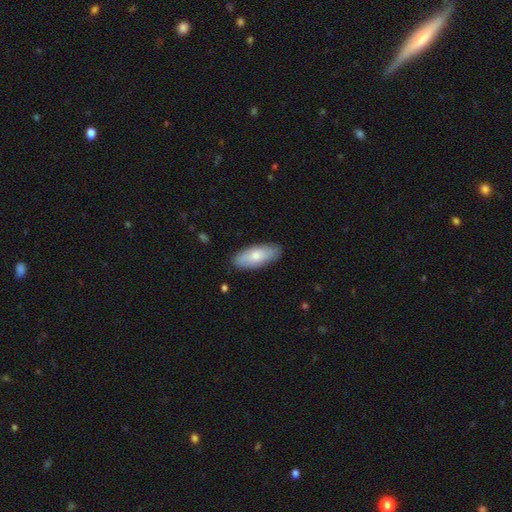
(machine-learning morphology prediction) A smooth galaxy with no disk features (74%) that is in between round and cigar-shaped (80%).

Vote fractions:
- Smooth or featured? smooth: 74% / featured or disk: 21% / star or artifact: 5%
- How rounded? in between: 80% / cigar-shaped: 18% / round: 2%
- Merging? none: 86% / minor disturbance: 11% / major disturbance: 2% / merger: 1%